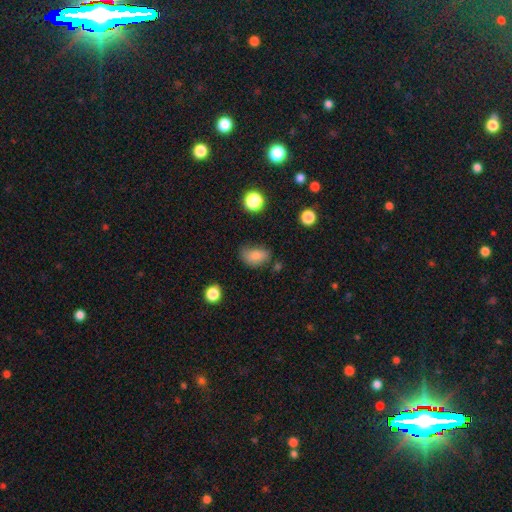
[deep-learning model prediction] Q: Smooth or featured?
A: smooth (81%); runner-up: star or artifact (11%)
Q: How rounded?
A: in between (85%); runner-up: round (13%)
Q: Merging?
A: none (61%); runner-up: minor disturbance (28%)